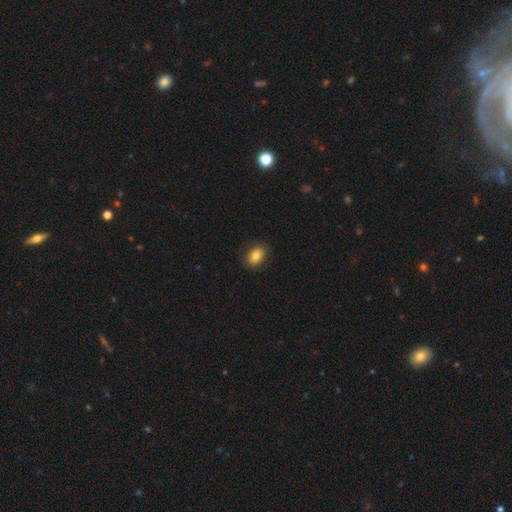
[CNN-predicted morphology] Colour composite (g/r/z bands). It shows a smooth galaxy with no disk features (82%) that is in between round and cigar-shaped (70%). Merging: none (87%).